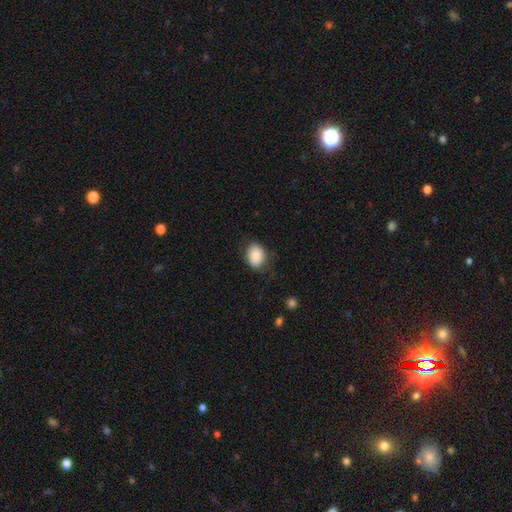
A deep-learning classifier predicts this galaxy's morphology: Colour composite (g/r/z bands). It shows a smooth galaxy with no disk features (82%) that is in between round and cigar-shaped (60%). Merging: none (76%).